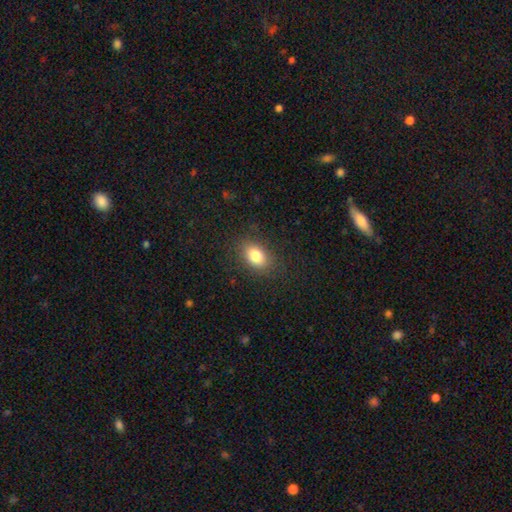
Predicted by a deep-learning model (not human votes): This is clearly a smooth galaxy (82%). How rounded: clearly in between (80%). Merging: clearly none (84%).